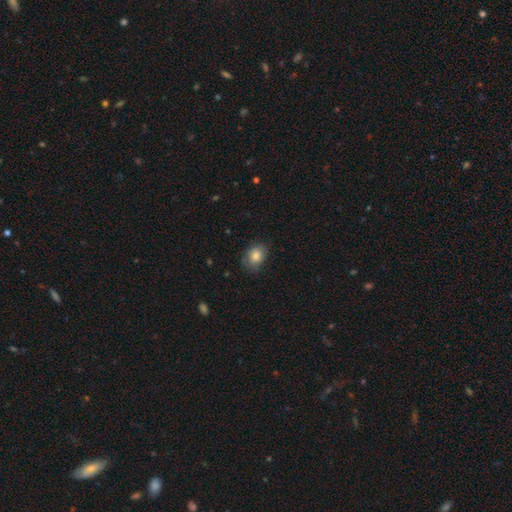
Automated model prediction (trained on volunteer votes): Morphology: type=smooth (80%); roundness=in between (61%); merging=none (70%).